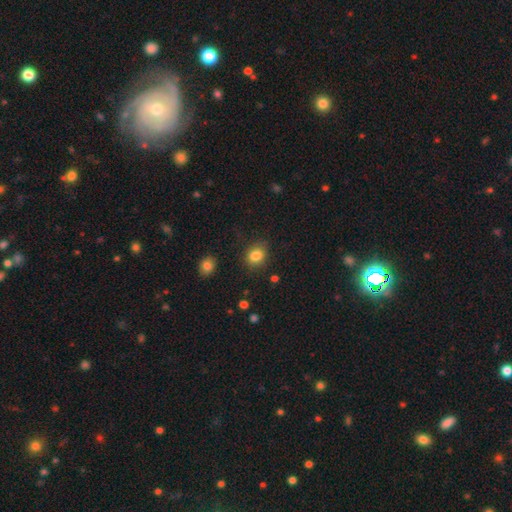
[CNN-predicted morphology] Smooth or featured? smooth (84%)
How rounded? round (52%)
Merging? none (77%)